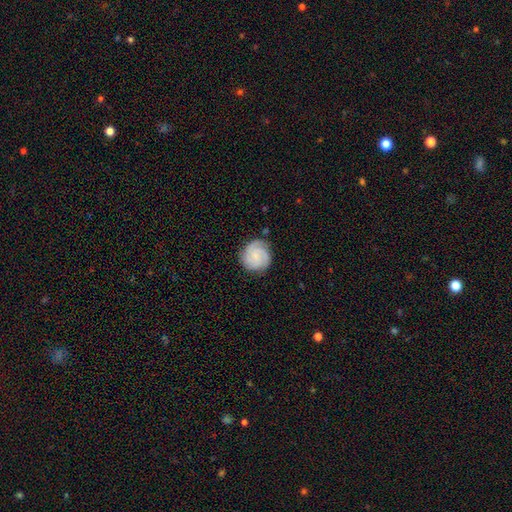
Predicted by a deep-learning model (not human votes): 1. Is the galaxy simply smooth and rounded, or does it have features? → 57% featured or disk, 35% smooth, 7% star or artifact.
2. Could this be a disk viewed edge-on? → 98% no, 2% yes.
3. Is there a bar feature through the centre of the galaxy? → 64% no, 32% weak, 4% strong.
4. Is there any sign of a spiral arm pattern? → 94% yes, 6% no.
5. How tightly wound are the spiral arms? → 62% tight, 31% medium, 7% loose.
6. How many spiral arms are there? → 44% 3, 20% 2, 20% can't tell, 8% 4, 5% 1, 4% more than 4.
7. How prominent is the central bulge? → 57% small, 22% none, 18% moderate, 2% large, 1% dominant.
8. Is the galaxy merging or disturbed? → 77% none, 17% minor disturbance, 4% major disturbance, 2% merger.